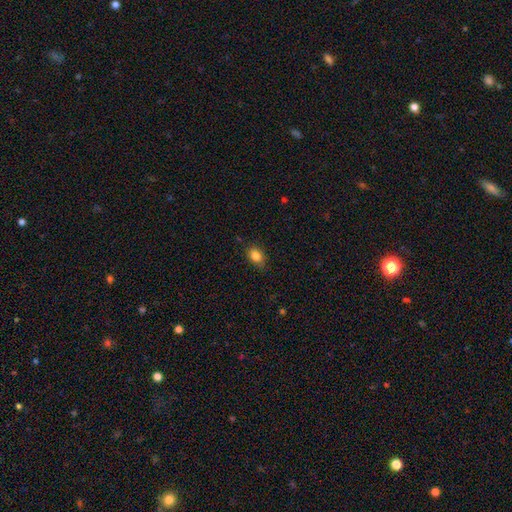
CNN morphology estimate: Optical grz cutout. It shows a smooth galaxy with no disk features (84%) that is in between round and cigar-shaped (77%). Merging: none (82%).